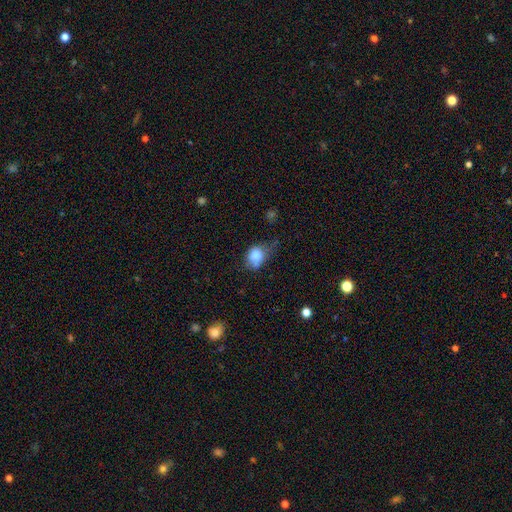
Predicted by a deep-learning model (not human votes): A smooth galaxy with no disk features (79%) that is round (53%).

Vote fractions:
- Smooth or featured? smooth: 79% / featured or disk: 11% / star or artifact: 10%
- How rounded? round: 53% / in between: 45% / cigar-shaped: 1%
- Merging? minor disturbance: 38% / none: 37% / major disturbance: 17% / merger: 9%